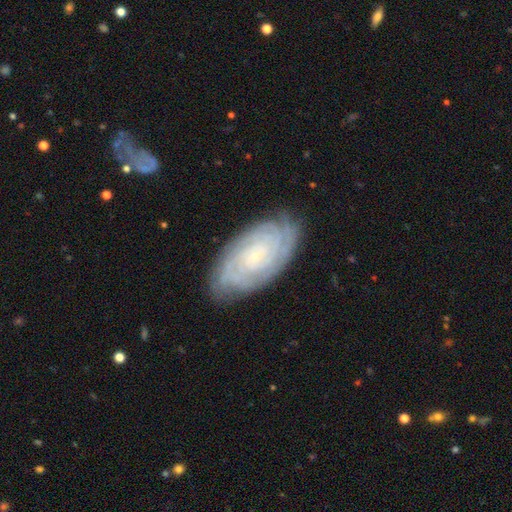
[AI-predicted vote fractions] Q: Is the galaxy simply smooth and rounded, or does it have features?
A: featured or disk — 80%.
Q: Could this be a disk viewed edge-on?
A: no — 95%.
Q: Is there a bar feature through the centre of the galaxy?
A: no — 75%.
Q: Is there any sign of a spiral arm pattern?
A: yes — 96%.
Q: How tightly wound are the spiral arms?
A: tight — 82%.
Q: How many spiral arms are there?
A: can't tell — 41%.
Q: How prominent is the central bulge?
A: small — 83%.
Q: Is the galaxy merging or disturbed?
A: none — 80%.